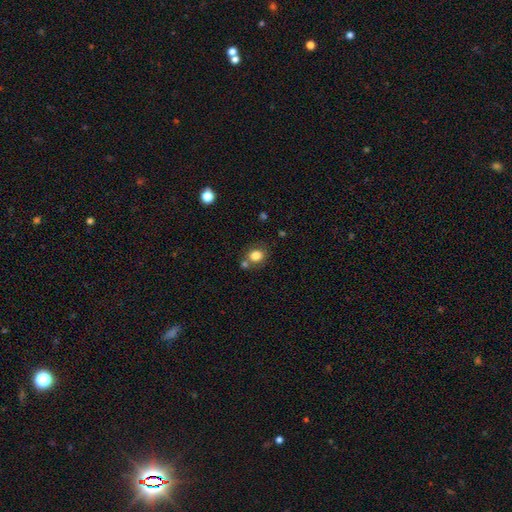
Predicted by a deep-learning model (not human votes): Smooth or featured: smooth — 82% (star or artifact — 10%)
How rounded: round — 70% (in between — 30%)
Merging: none — 63% (merger — 19%)